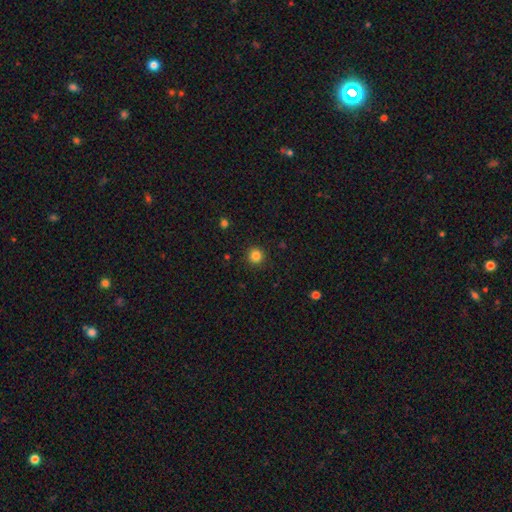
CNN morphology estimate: This is clearly a smooth galaxy (84%). How rounded: clearly round (94%). Merging: clearly none (92%).